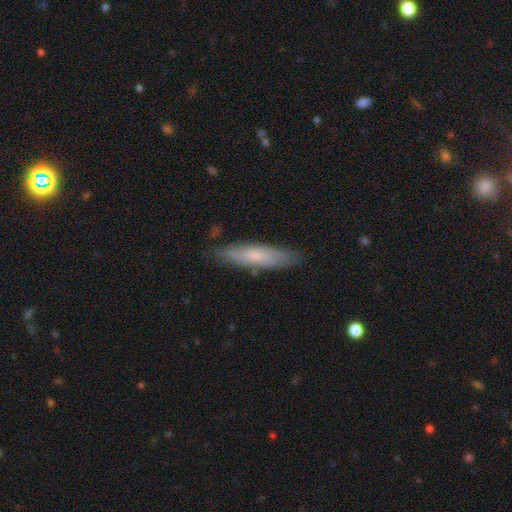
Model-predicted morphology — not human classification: A smooth galaxy with no disk features (62%) that is cigar-shaped (76%). Merging: none (81%).